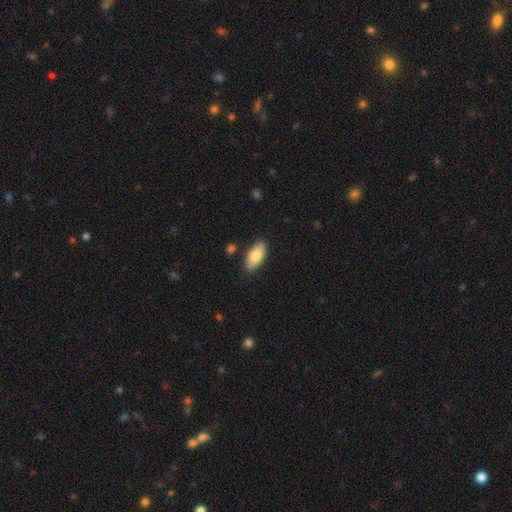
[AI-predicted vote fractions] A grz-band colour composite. It shows a smooth galaxy with no disk features (79%) that is in between round and cigar-shaped (90%). Merging: none (85%).